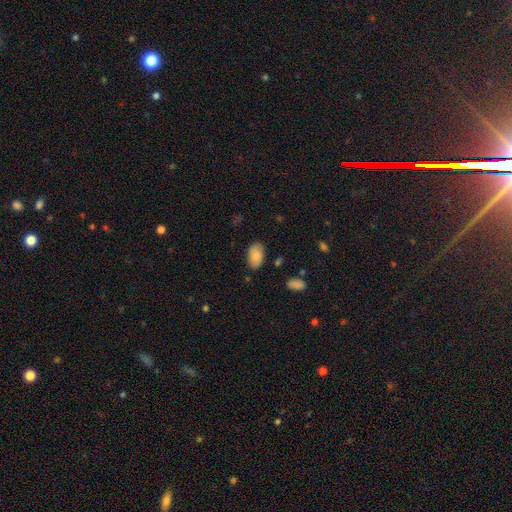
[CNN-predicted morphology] Overall: smooth (86%). How rounded: in between (93%). Merging: none (83%).